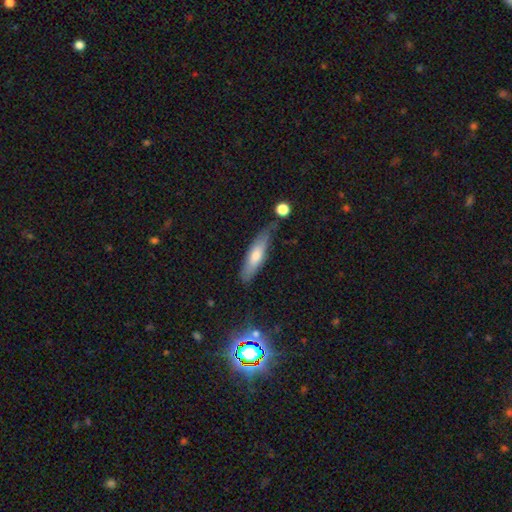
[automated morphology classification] type=smooth (61%); roundness=cigar-shaped (69%); merging=none (68%).